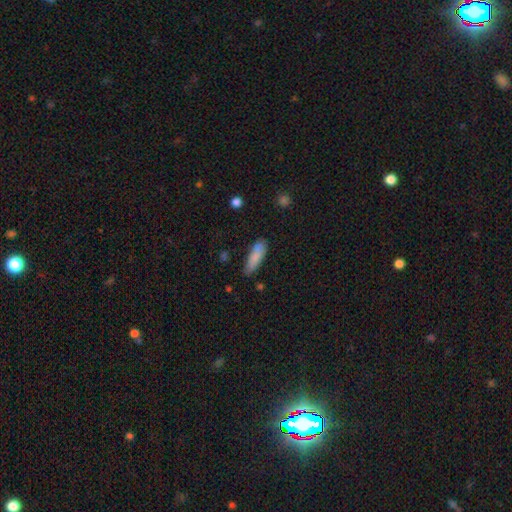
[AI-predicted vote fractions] The model was most divided on "how rounded": cigar-shaped: 59%, in between: 40%, round: 2%. More confident: smooth or featured — smooth (84%); merging — none (70%).